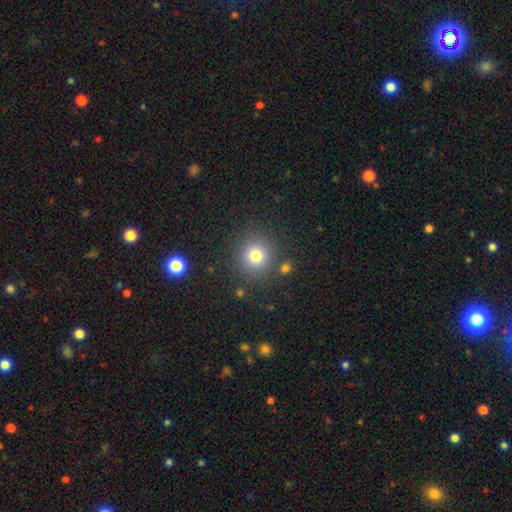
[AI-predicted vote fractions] Morphology: type=smooth (78%); roundness=round (91%); merging=none (85%).